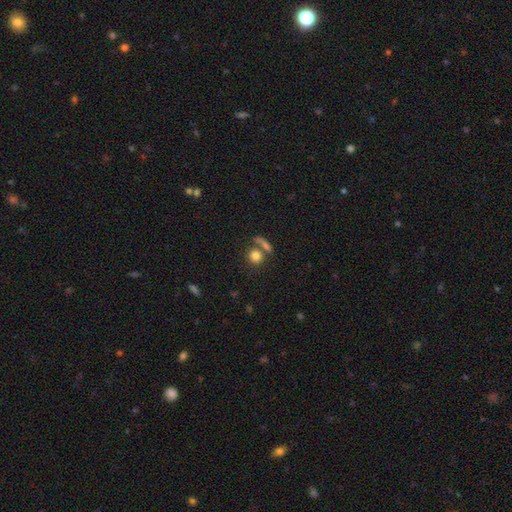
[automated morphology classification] Overall: smooth (80%). How rounded: round (79%). Merging: none (57%; merger 29%).